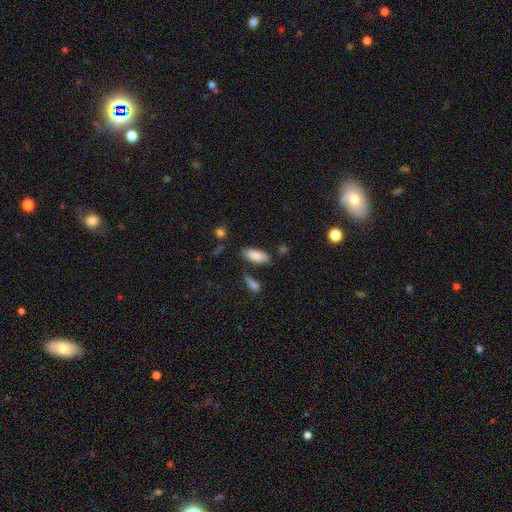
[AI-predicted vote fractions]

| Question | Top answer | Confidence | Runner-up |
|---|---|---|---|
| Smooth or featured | smooth | 83% | featured or disk (9%) |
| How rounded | in between | 80% | cigar-shaped (18%) |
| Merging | none | 67% | minor disturbance (20%) |